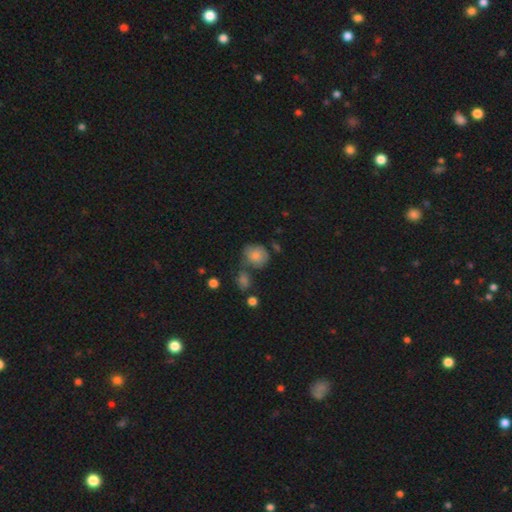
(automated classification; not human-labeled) This appears to be a smooth galaxy with no disk features (76%) that is round (76%). Merging: none (49%).